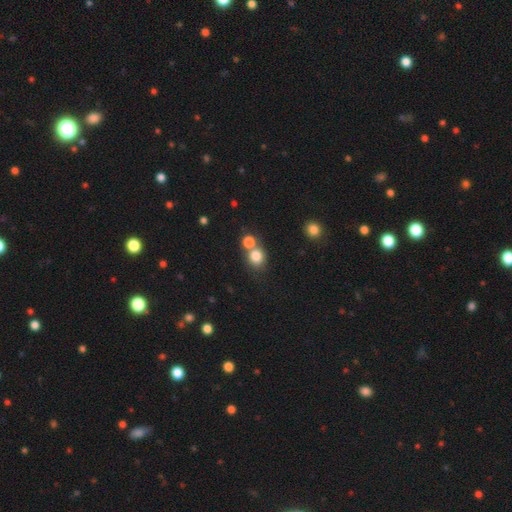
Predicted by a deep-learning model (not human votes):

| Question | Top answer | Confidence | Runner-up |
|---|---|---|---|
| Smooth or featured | smooth | 80% | star or artifact (12%) |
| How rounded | round | 79% | in between (20%) |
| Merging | none | 49% | merger (39%) |